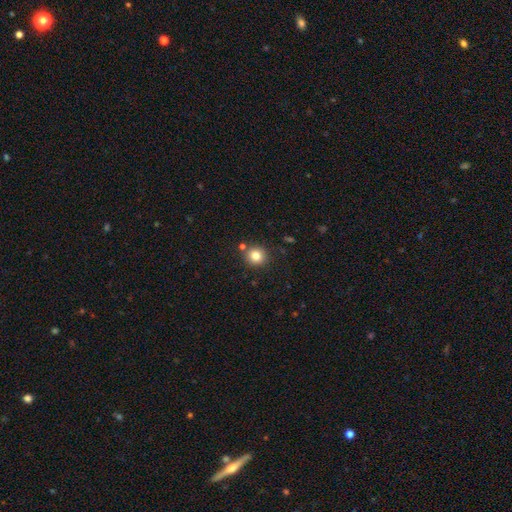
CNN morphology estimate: This appears to be a smooth galaxy with no disk features (81%) that is round (88%). Merging: none (83%).